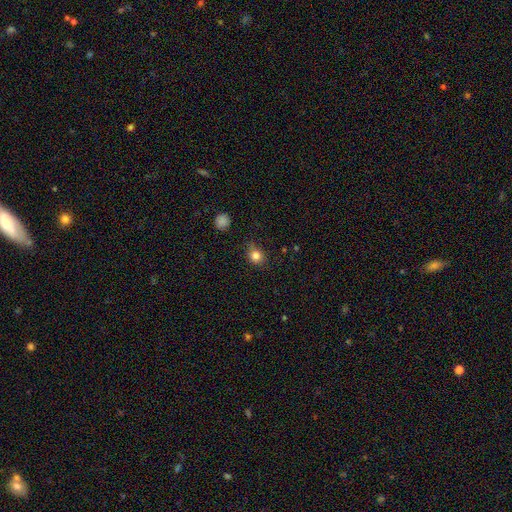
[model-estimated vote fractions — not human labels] Smooth or featured: smooth — 82% (star or artifact — 12%)
How rounded: round — 71% (in between — 28%)
Merging: none — 76% (minor disturbance — 18%)